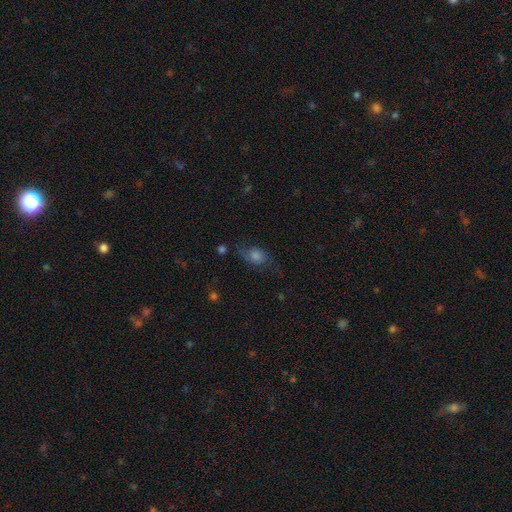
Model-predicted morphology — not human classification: Smooth or featured: smooth — 50% (featured or disk — 32%)
How rounded: in between — 60% (round — 37%)
Merging: none — 56% (minor disturbance — 24%)